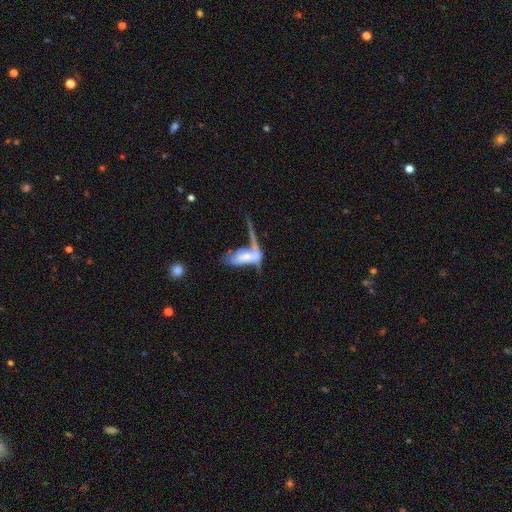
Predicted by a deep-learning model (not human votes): A featured or disk galaxy (54%).

Vote fractions:
- Smooth or featured? featured or disk: 54% / smooth: 37% / star or artifact: 9%
- Edge-on disk? no: 79% / yes: 21%
- Merging? merger: 58% / major disturbance: 21% / none: 13% / minor disturbance: 8%